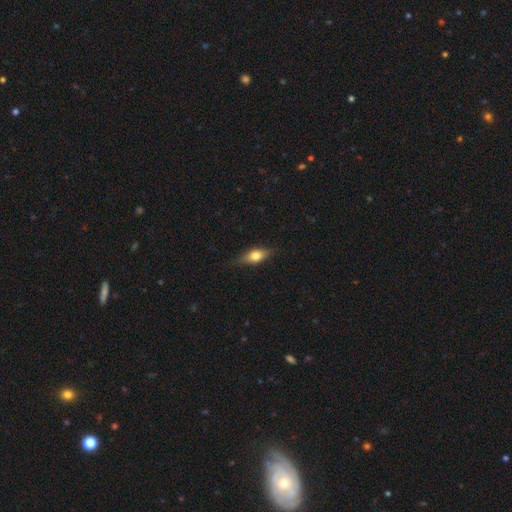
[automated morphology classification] smooth-or-featured: smooth: 61% | featured or disk: 32% | star or artifact: 7%
  how-rounded: in between: 68% | cigar-shaped: 25% | round: 7%
  merging: none: 76% | minor disturbance: 19% | major disturbance: 4% | merger: 1%